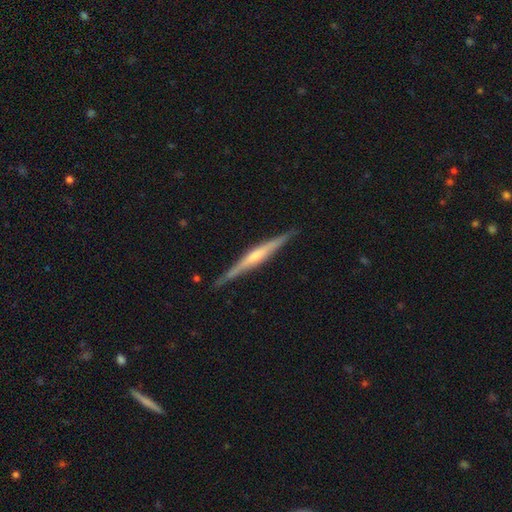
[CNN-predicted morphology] smooth_or_featured: featured or disk (p=0.74) [alt: smooth p=0.21]
disk_edge_on: yes (p=0.98) [alt: no p=0.02]
edge_on_bulge: rounded (p=0.65) [alt: none p=0.21]
merging: none (p=0.89) [alt: minor disturbance p=0.09]